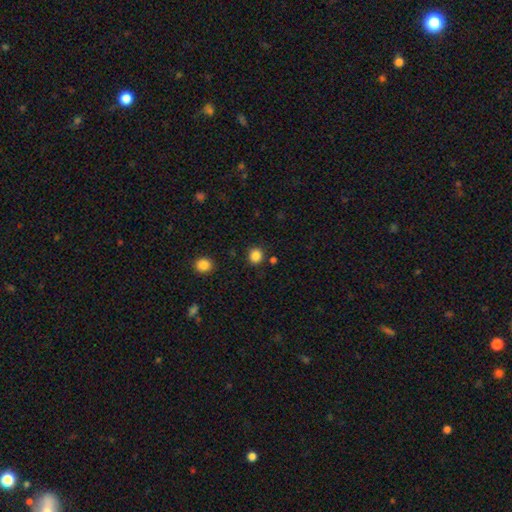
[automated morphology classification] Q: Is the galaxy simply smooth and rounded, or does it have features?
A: smooth — 86%.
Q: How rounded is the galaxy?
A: round — 86%.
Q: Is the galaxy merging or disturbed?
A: none — 87%.